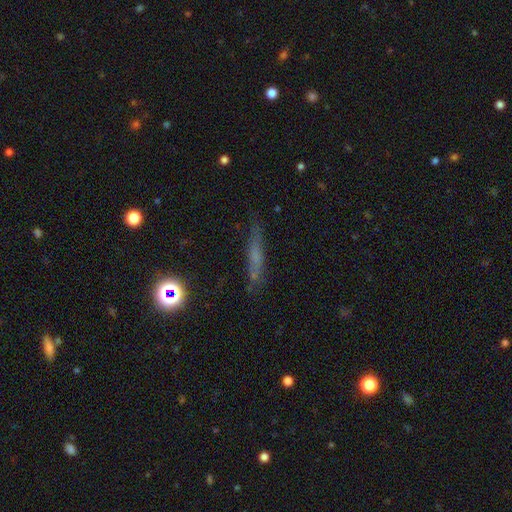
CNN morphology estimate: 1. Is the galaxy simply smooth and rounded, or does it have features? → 48% smooth, 34% featured or disk, 18% star or artifact.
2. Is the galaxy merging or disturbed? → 73% none, 18% minor disturbance, 6% major disturbance, 3% merger.